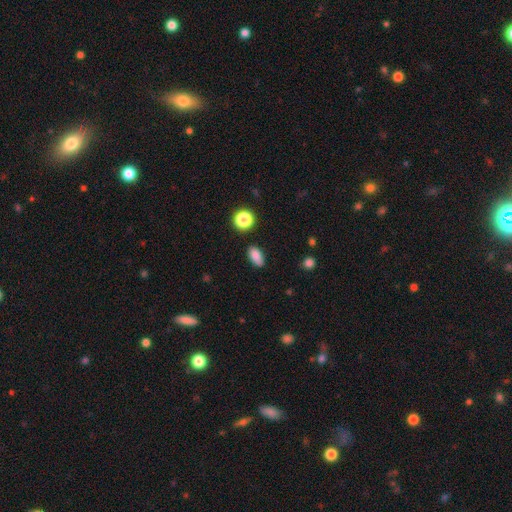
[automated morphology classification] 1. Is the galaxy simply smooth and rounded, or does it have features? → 85% smooth, 10% star or artifact, 5% featured or disk.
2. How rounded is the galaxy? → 88% in between, 8% round, 5% cigar-shaped.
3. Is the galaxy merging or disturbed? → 81% none, 13% minor disturbance, 3% major disturbance, 2% merger.